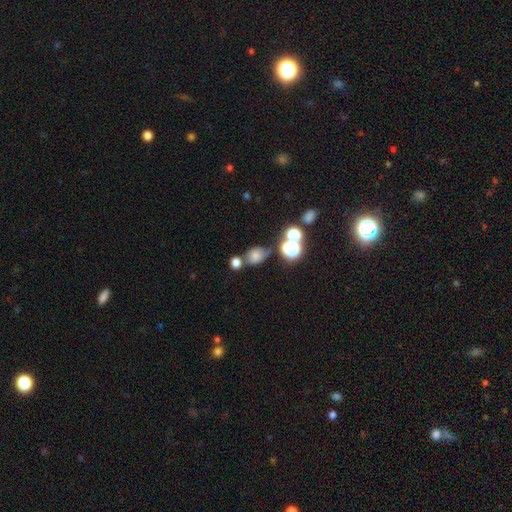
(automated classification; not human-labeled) This is likely a smooth galaxy (62%). How rounded: possibly in between (51%). Merging: possibly none (51%).